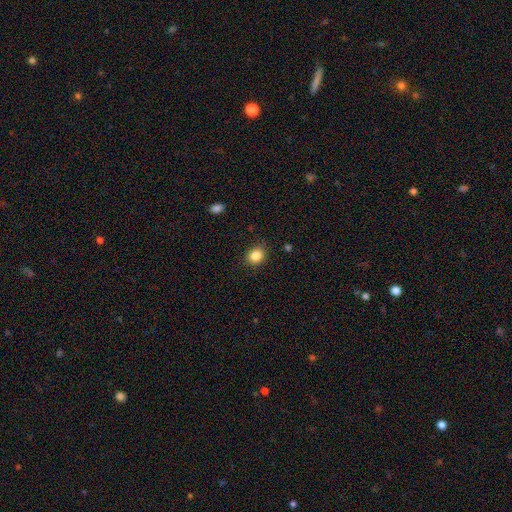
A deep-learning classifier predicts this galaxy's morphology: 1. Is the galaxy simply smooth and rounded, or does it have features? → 86% smooth, 10% star or artifact, 4% featured or disk.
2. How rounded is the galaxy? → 62% round, 37% in between, 1% cigar-shaped.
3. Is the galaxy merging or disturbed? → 87% none, 10% minor disturbance, 3% major disturbance, 1% merger.